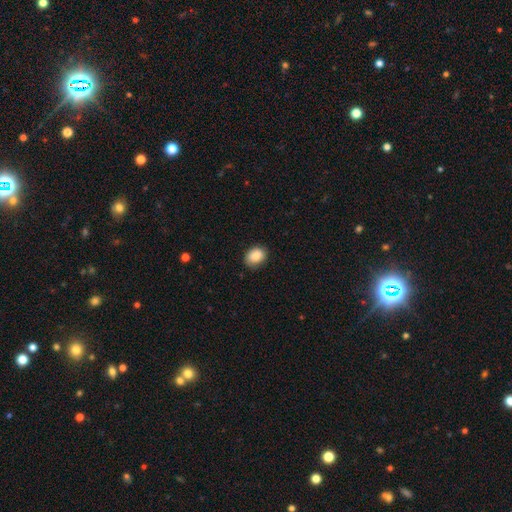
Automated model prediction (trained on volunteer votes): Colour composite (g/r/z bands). It shows a smooth galaxy with no disk features (88%) that is in between round and cigar-shaped (69%). Merging: none (82%).